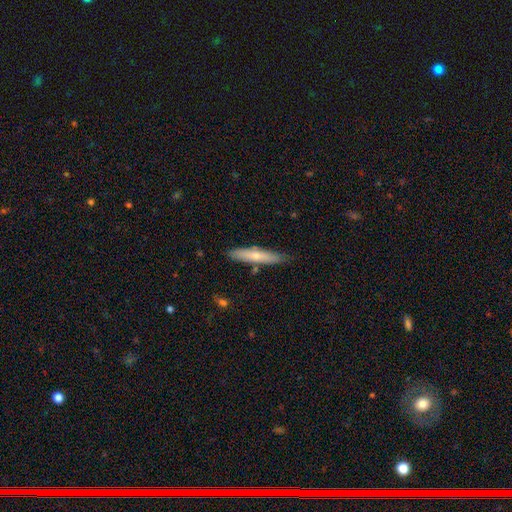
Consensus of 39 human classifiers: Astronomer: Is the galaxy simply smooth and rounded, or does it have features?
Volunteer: smooth — 72%.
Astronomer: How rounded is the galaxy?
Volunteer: cigar-shaped — 68%.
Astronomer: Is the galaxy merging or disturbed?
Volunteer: none — 78%.